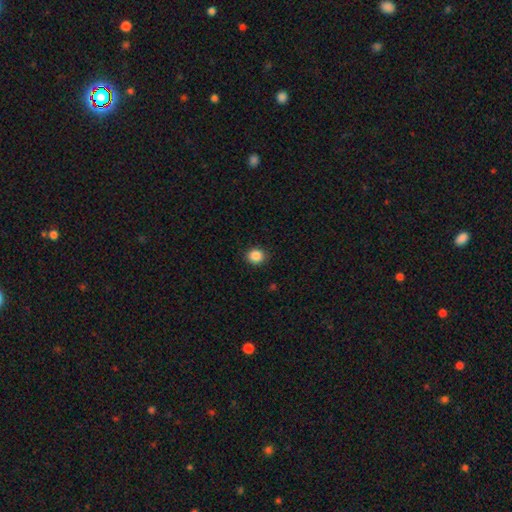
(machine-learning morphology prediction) smooth 87%, star or artifact 10%, featured or disk 3%. Down the decision tree: how rounded — round (83%); merging — none (90%).